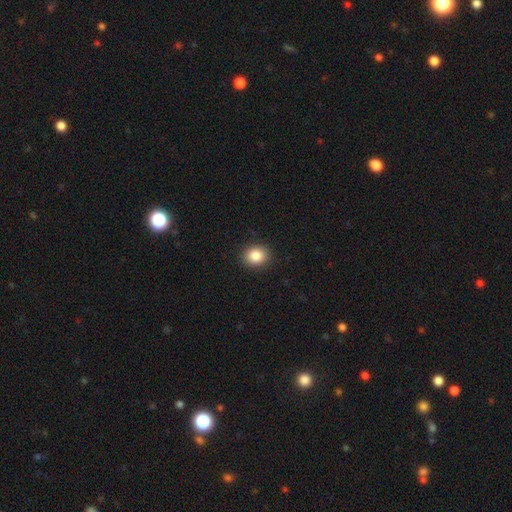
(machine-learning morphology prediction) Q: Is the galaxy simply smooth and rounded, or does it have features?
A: smooth — 86%.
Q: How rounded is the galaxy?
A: round — 65%.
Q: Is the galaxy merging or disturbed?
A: none — 90%.